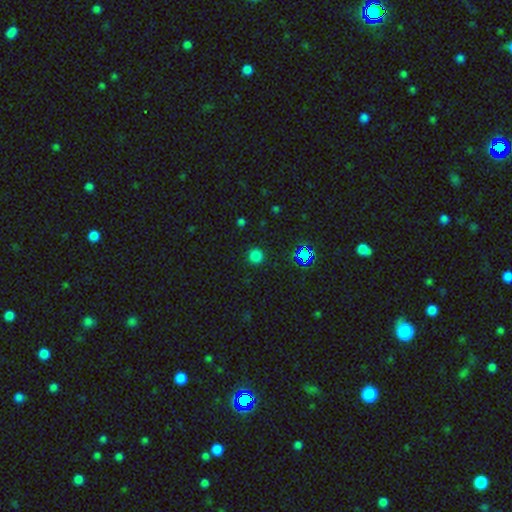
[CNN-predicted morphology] smooth-or-featured: smooth: 77% | star or artifact: 20% | featured or disk: 4%
  how-rounded: round: 95% | in between: 4% | cigar-shaped: 1%
  merging: none: 90% | minor disturbance: 6% | major disturbance: 2% | merger: 1%